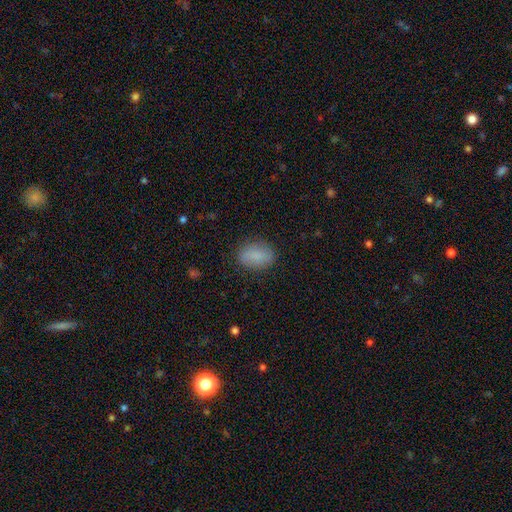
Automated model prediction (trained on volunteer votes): Smooth or featured: smooth — 84% (featured or disk — 8%)
How rounded: in between — 80% (round — 19%)
Merging: none — 83% (minor disturbance — 13%)